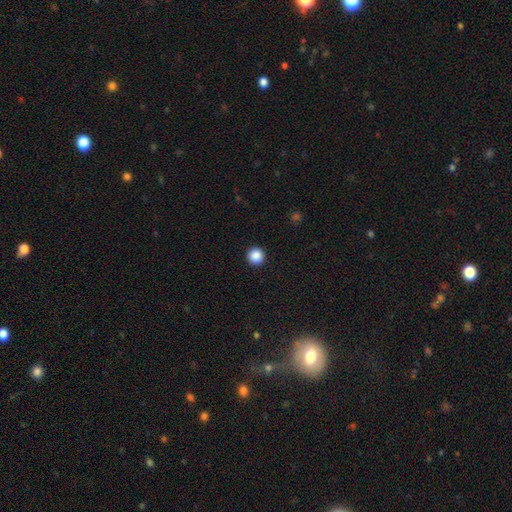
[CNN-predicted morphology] A smooth galaxy with no disk features (88%) that is round (97%).

Vote fractions:
- Smooth or featured? smooth: 88% / star or artifact: 10% / featured or disk: 3%
- How rounded? round: 97% / in between: 2% / cigar-shaped: 1%
- Merging? none: 94% / minor disturbance: 4% / major disturbance: 1% / merger: 1%